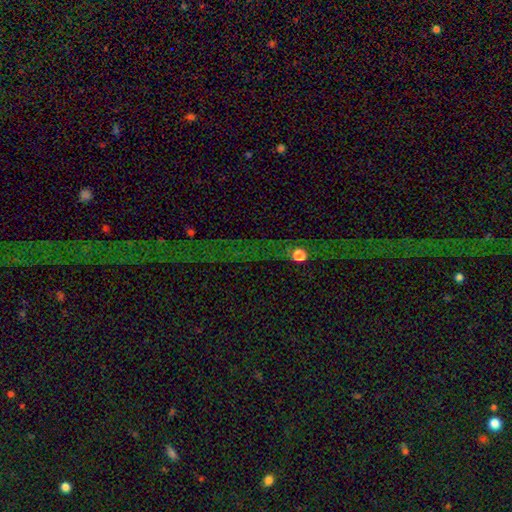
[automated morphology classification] Overall: star or artifact (75%).